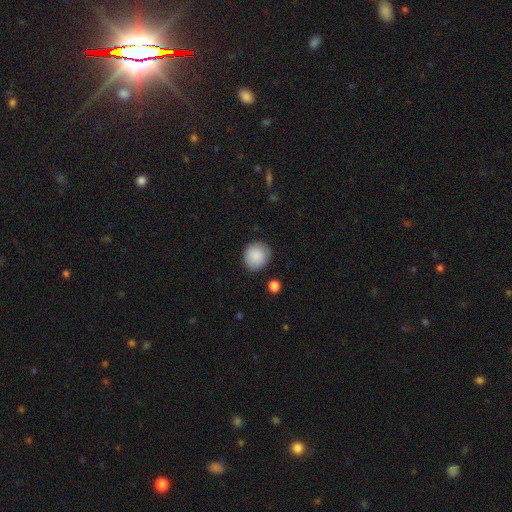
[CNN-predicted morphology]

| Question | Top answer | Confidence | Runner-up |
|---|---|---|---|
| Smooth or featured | smooth | 88% | star or artifact (7%) |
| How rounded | round | 88% | in between (11%) |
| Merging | none | 85% | minor disturbance (11%) |